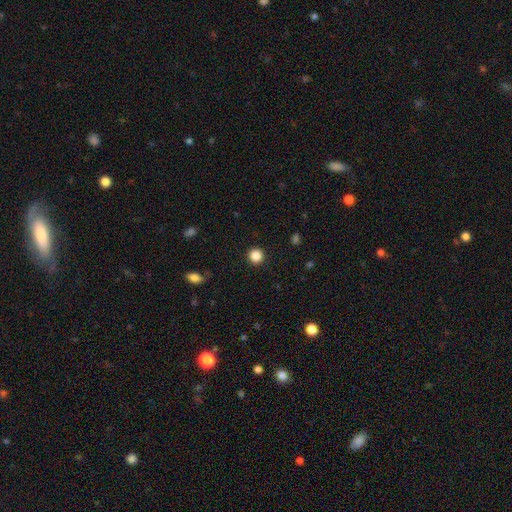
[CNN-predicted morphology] A smooth galaxy with no disk features (86%) that is round (95%). Merging: none (92%).